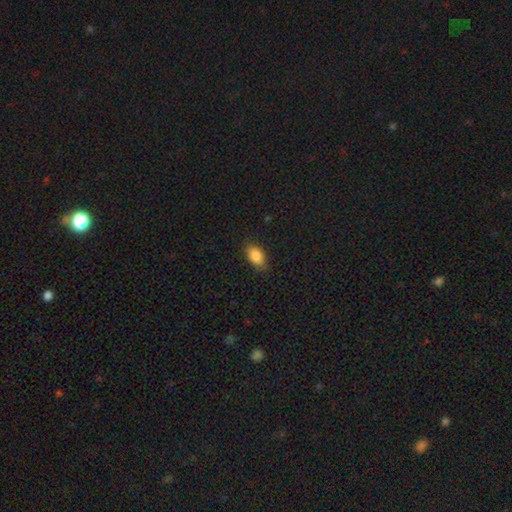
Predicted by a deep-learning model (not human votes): Q: Smooth or featured?
A: smooth (87%); runner-up: star or artifact (8%)
Q: How rounded?
A: in between (87%); runner-up: round (10%)
Q: Merging?
A: none (81%); runner-up: minor disturbance (15%)